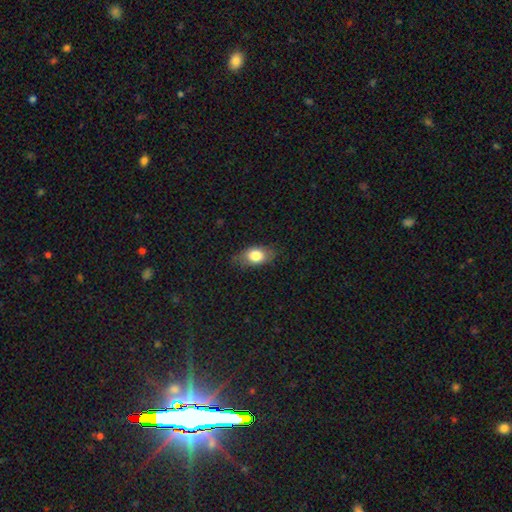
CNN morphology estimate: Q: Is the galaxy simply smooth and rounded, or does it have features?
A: smooth — 76%.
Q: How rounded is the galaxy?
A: in between — 82%.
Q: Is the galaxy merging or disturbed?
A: none — 73%.